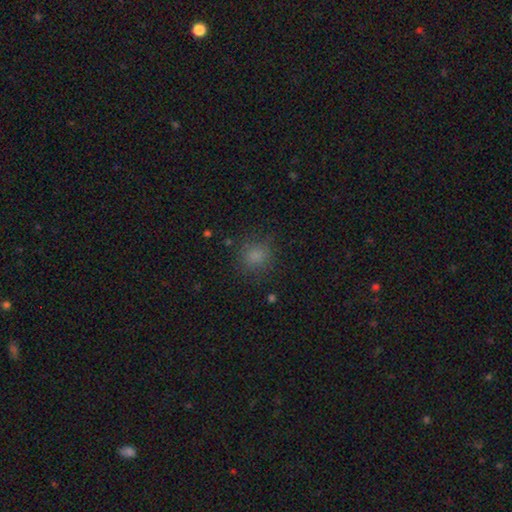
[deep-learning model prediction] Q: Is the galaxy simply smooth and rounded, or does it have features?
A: smooth — 80%.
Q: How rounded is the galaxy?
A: round — 84%.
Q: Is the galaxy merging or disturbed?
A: none — 81%.